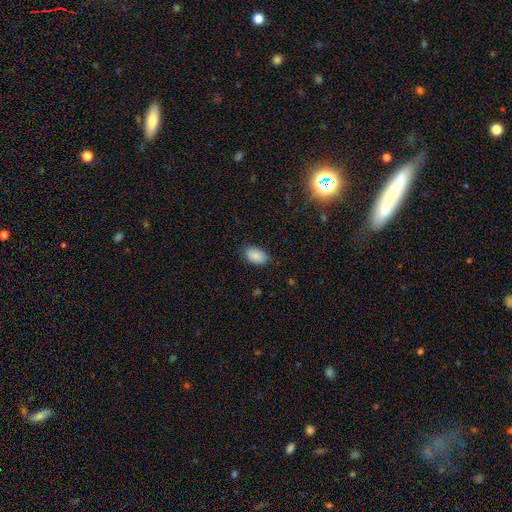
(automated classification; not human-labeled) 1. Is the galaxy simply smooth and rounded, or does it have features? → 88% smooth, 7% star or artifact, 5% featured or disk.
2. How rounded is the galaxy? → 92% in between, 7% round, 1% cigar-shaped.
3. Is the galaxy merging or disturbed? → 80% none, 16% minor disturbance, 3% major disturbance, 1% merger.